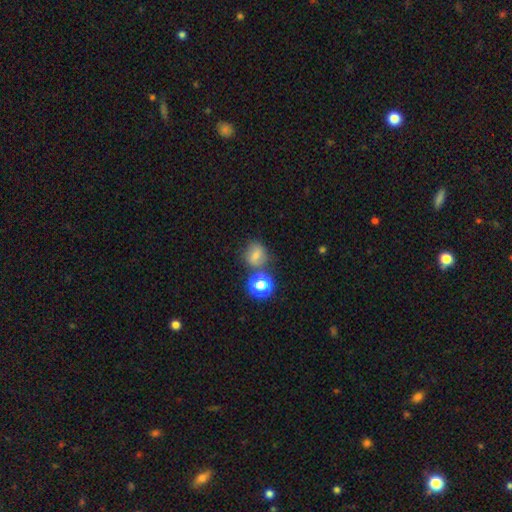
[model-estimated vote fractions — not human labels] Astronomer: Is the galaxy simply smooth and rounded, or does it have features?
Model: smooth — 64%.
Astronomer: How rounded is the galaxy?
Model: round — 65%.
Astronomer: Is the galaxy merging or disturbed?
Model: none — 66%.